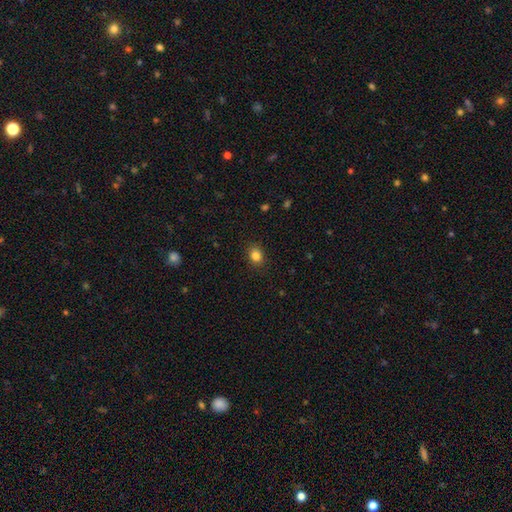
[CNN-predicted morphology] This appears to be a smooth galaxy with no disk features (84%) that is round (56%). Merging: none (88%).